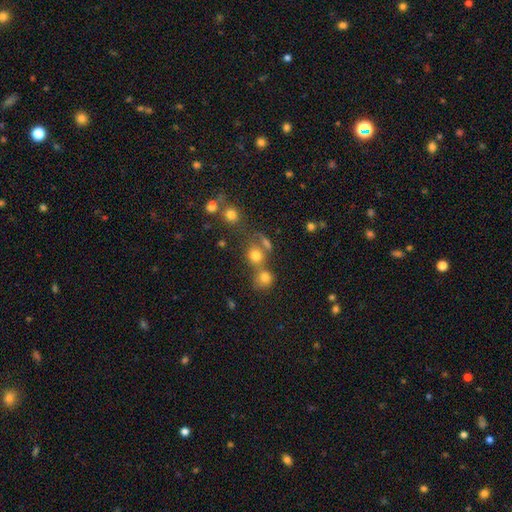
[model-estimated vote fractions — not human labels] A smooth galaxy with no disk features (71%) that is round (80%).

Vote fractions:
- Smooth or featured? smooth: 71% / star or artifact: 19% / featured or disk: 10%
- How rounded? round: 80% / in between: 19% / cigar-shaped: 1%
- Merging? none: 54% / merger: 31% / minor disturbance: 9% / major disturbance: 5%